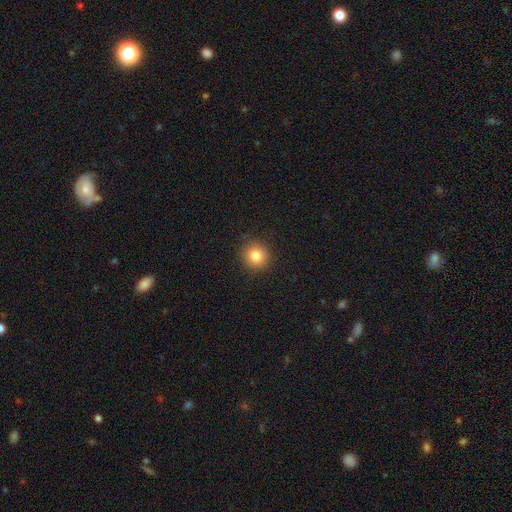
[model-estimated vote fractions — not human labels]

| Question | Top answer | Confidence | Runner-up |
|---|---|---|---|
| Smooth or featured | smooth | 83% | star or artifact (11%) |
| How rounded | round | 92% | in between (7%) |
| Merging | none | 91% | minor disturbance (6%) |